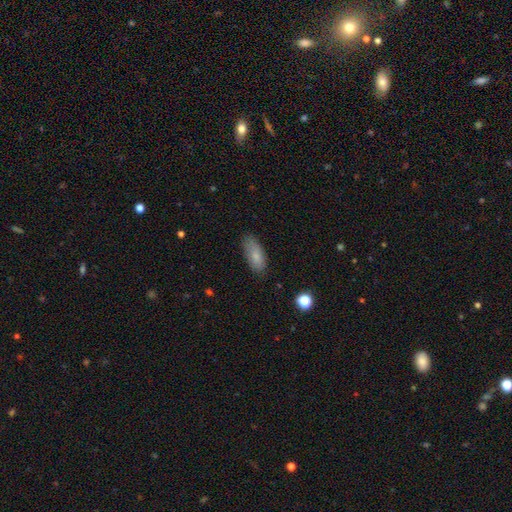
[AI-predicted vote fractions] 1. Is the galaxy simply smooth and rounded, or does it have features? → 81% smooth, 12% featured or disk, 7% star or artifact.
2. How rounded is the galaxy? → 82% in between, 15% cigar-shaped, 3% round.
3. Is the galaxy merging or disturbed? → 77% none, 18% minor disturbance, 4% major disturbance, 1% merger.